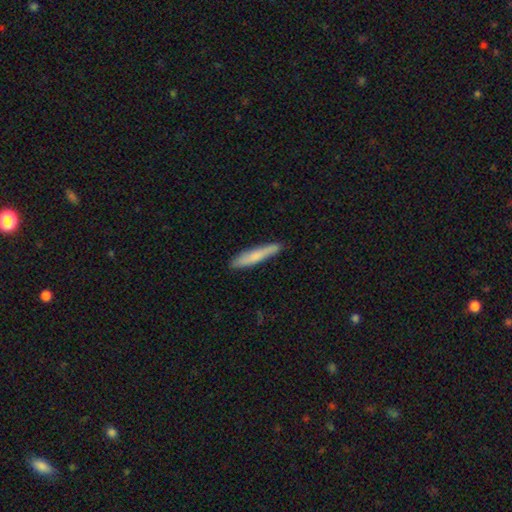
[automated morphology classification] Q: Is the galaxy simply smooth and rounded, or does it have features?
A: smooth — 73%.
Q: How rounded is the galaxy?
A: cigar-shaped — 92%.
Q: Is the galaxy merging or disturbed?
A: none — 87%.